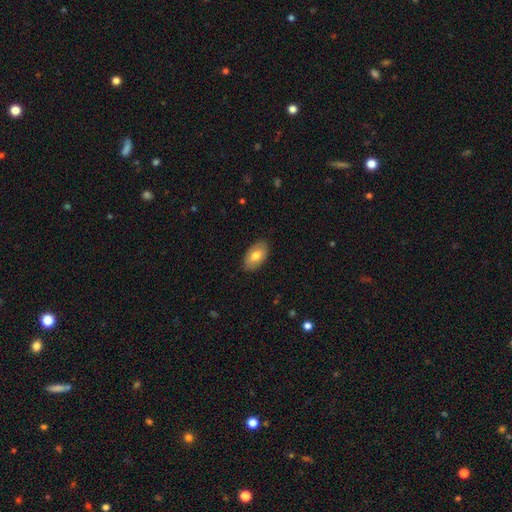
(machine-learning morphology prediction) A smooth galaxy with no disk features (71%) that is in between round and cigar-shaped (94%).

Vote fractions:
- Smooth or featured? smooth: 71% / featured or disk: 23% / star or artifact: 6%
- How rounded? in between: 94% / round: 5% / cigar-shaped: 2%
- Merging? none: 86% / minor disturbance: 11% / major disturbance: 2% / merger: 1%